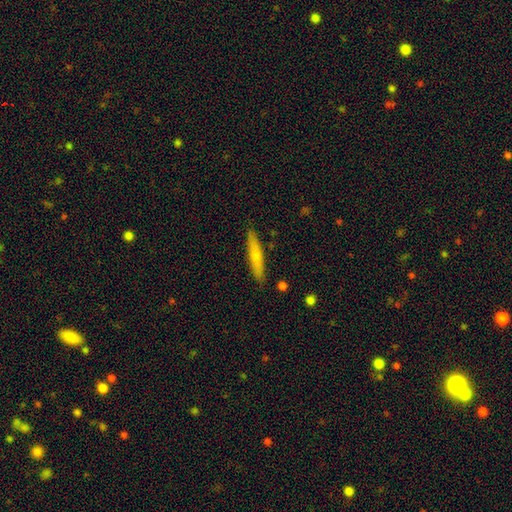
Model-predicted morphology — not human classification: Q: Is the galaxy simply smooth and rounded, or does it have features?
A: smooth — 66%.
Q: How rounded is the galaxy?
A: cigar-shaped — 92%.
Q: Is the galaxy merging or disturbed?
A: none — 88%.